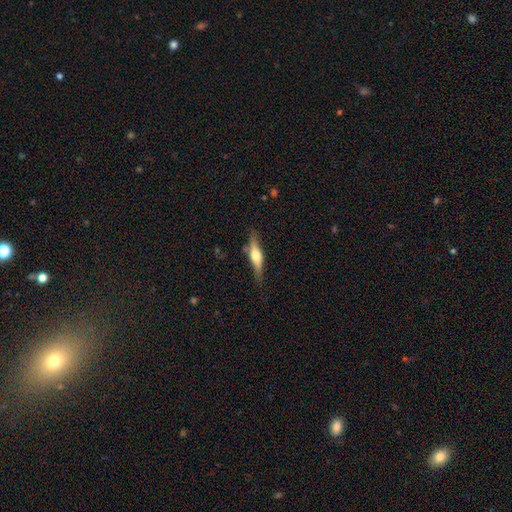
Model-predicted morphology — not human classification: Smooth or featured? Predicted: featured or disk (p=0.57). Edge-on disk? Predicted: yes (p=0.94). Edge-on bulge? Predicted: rounded (p=0.89). Merging? Predicted: none (p=0.78).